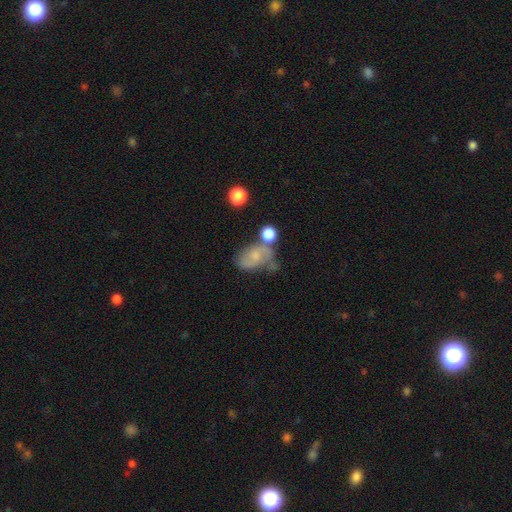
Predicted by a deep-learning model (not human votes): Smooth or featured? Predicted: featured or disk (p=0.45). Merging? Predicted: none (p=0.36).